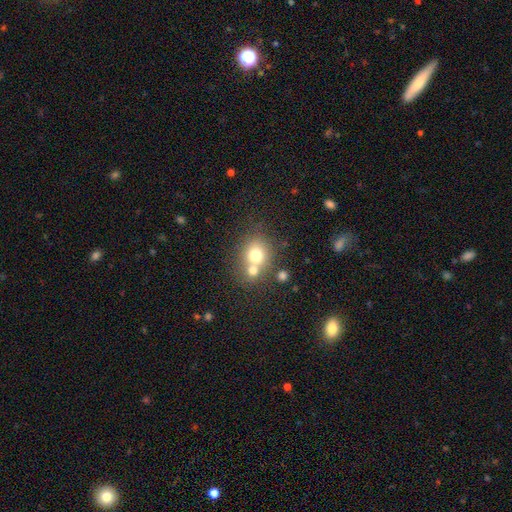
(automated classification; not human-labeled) Smooth or featured: smooth — 71% (featured or disk — 17%)
How rounded: round — 73% (in between — 26%)
Merging: merger — 48% (none — 41%)